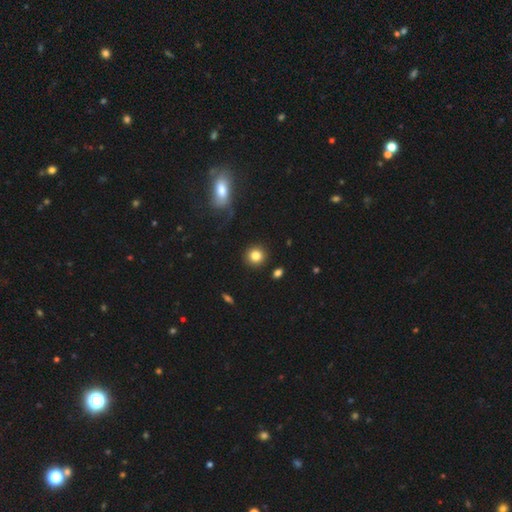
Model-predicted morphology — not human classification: Smooth or featured? smooth (83%)
How rounded? round (92%)
Merging? none (90%)